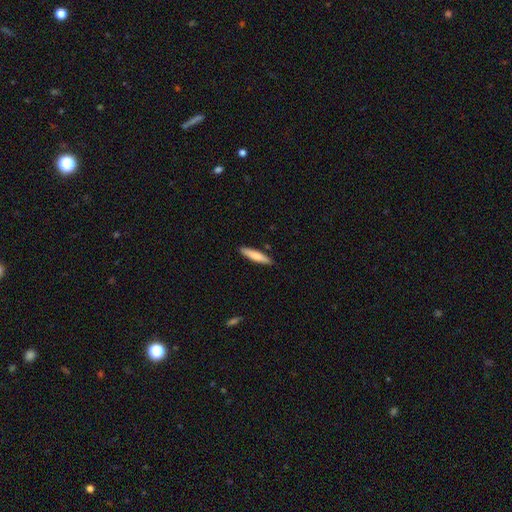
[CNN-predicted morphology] Q: Smooth or featured?
A: smooth (77%); runner-up: featured or disk (18%)
Q: How rounded?
A: cigar-shaped (83%); runner-up: in between (16%)
Q: Merging?
A: none (88%); runner-up: minor disturbance (8%)